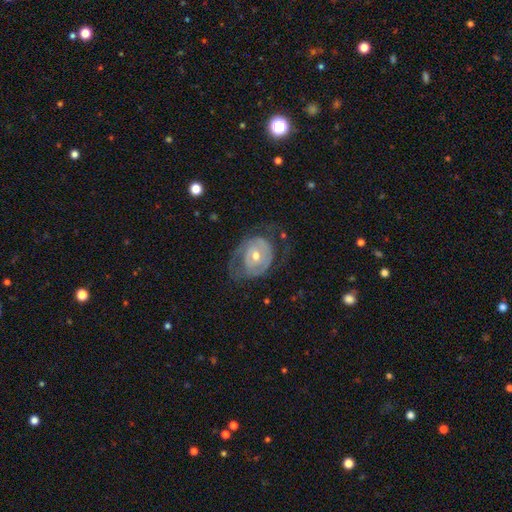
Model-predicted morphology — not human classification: featured or disk 70%, smooth 24%, star or artifact 6%. Down the decision tree: edge-on disk — no (96%); bar — no (70%); spiral arms — yes (62%); bulge size — moderate (58%); merging — none (48%).